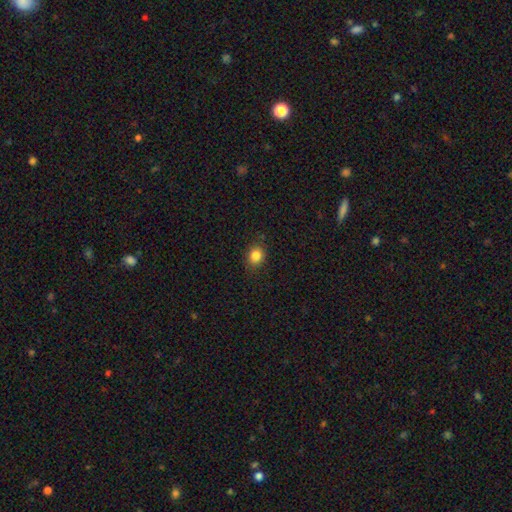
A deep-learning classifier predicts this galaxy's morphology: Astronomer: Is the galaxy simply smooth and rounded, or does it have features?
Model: smooth — 84%.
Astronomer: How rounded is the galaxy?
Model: round — 61% (runner-up: in between, 38%).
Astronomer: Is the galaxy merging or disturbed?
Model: none — 86%.